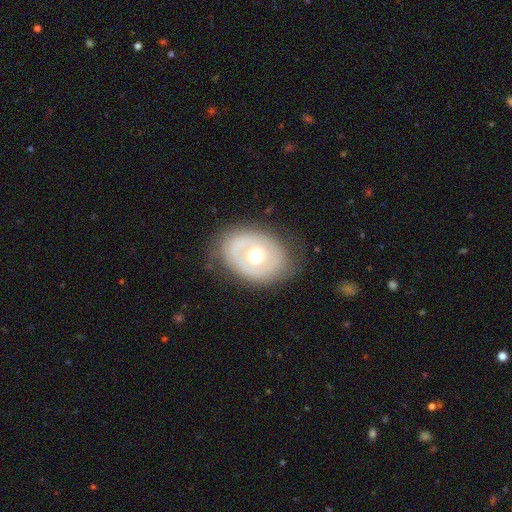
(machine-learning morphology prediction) featured or disk 51%, smooth 42%, star or artifact 7%. Down the decision tree: edge-on disk — no (93%); merging — none (74%).